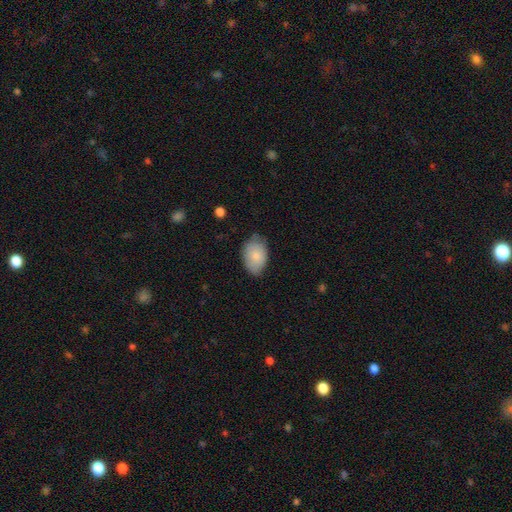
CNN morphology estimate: smooth 82%, featured or disk 11%, star or artifact 6%. Down the decision tree: how rounded — in between (88%); merging — none (64%).